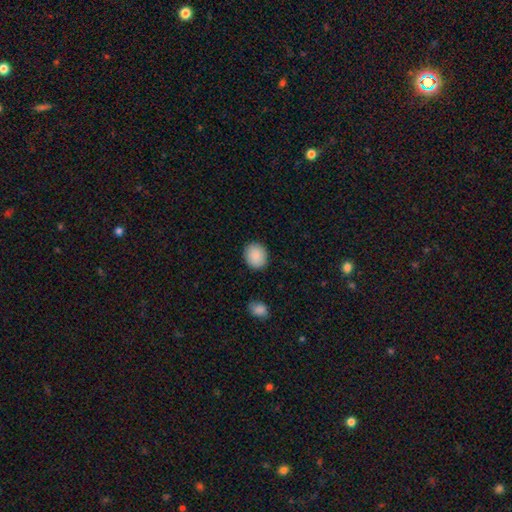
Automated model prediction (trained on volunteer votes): Q: Smooth or featured?
A: smooth (90%); runner-up: star or artifact (7%)
Q: How rounded?
A: round (70%); runner-up: in between (29%)
Q: Merging?
A: none (89%); runner-up: minor disturbance (7%)